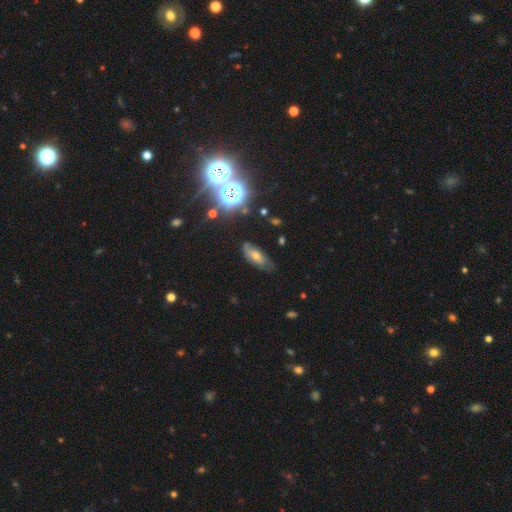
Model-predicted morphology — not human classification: smooth-or-featured: smooth: 44% | featured or disk: 38% | star or artifact: 19%
  merging: none: 62% | minor disturbance: 28% | major disturbance: 8% | merger: 2%